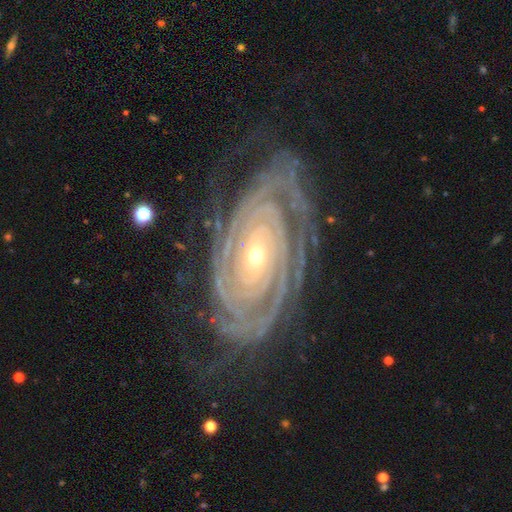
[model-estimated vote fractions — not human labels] Q: Smooth or featured?
A: featured or disk (91%); runner-up: star or artifact (5%)
Q: Edge-on disk?
A: no (95%); runner-up: yes (5%)
Q: Bar?
A: no (70%); runner-up: weak (18%)
Q: Spiral arms?
A: yes (98%); runner-up: no (2%)
Q: Spiral winding?
A: tight (86%); runner-up: medium (12%)
Q: Spiral arm count?
A: 2 (30%); runner-up: can't tell (23%)
Q: Bulge size?
A: small (71%); runner-up: moderate (26%)
Q: Merging?
A: none (73%); runner-up: minor disturbance (17%)